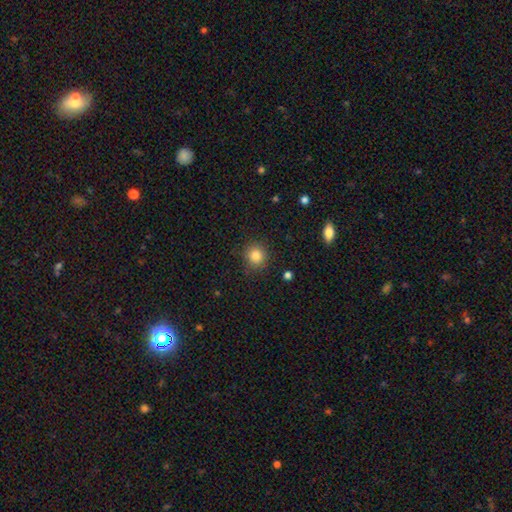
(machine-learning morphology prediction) A smooth galaxy with no disk features (83%) that is round (91%). Merging: none (89%).